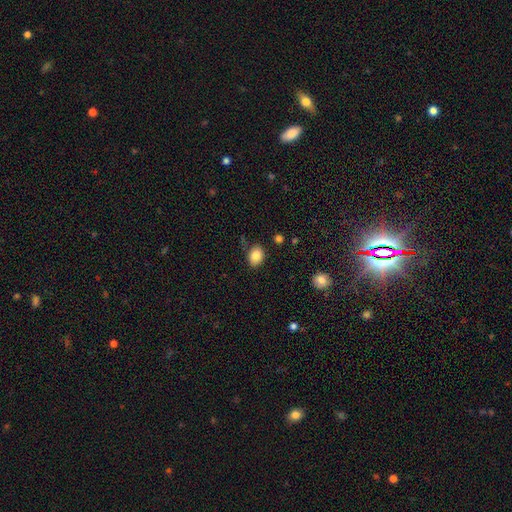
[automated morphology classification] The model was most divided on "how rounded": in between: 73%, round: 26%, cigar-shaped: 1%. More confident: smooth or featured — smooth (84%); merging — none (79%).